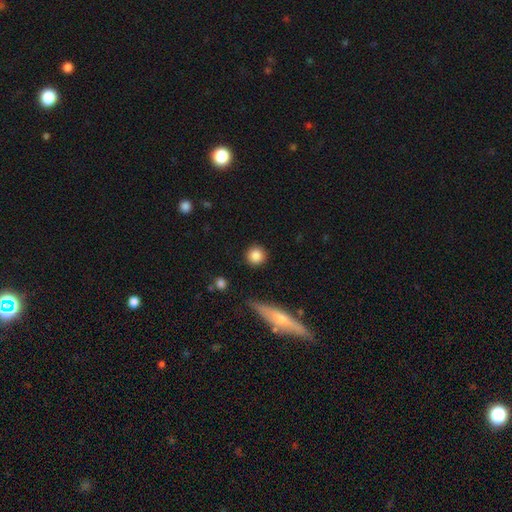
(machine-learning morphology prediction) Q: Smooth or featured?
A: smooth (85%); runner-up: star or artifact (8%)
Q: How rounded?
A: round (93%); runner-up: in between (5%)
Q: Merging?
A: none (89%); runner-up: minor disturbance (6%)